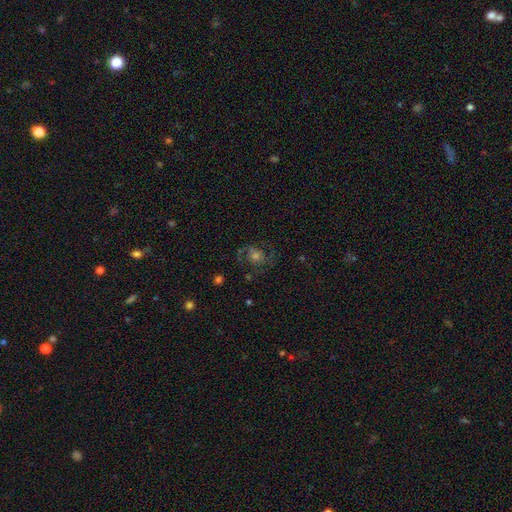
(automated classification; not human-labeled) Q: Smooth or featured?
A: featured or disk (63%); runner-up: smooth (20%)
Q: Edge-on disk?
A: no (97%); runner-up: yes (3%)
Q: Bar?
A: no (73%); runner-up: weak (22%)
Q: Spiral arms?
A: yes (86%); runner-up: no (14%)
Q: Spiral winding?
A: medium (50%); runner-up: tight (26%)
Q: Spiral arm count?
A: 2 (74%); runner-up: can't tell (12%)
Q: Bulge size?
A: moderate (51%); runner-up: small (30%)
Q: Merging?
A: none (69%); runner-up: minor disturbance (15%)